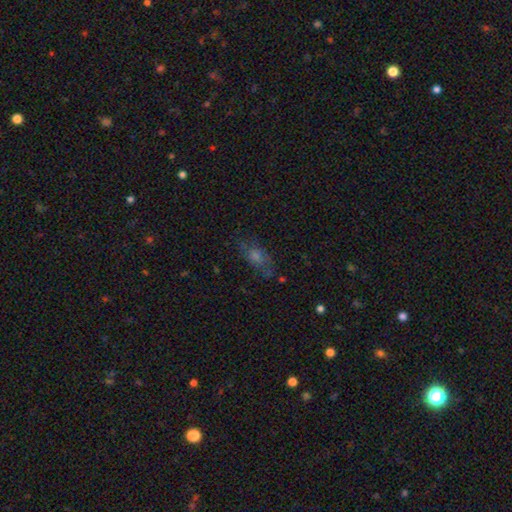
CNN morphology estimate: A smooth galaxy with no disk features (45%).

Vote fractions:
- Smooth or featured? smooth: 45% / featured or disk: 30% / star or artifact: 25%
- Merging? none: 66% / minor disturbance: 21% / major disturbance: 10% / merger: 3%